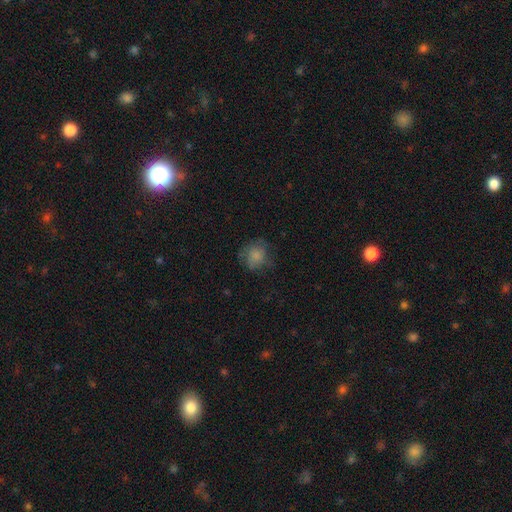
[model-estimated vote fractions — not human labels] A smooth galaxy with no disk features (76%) that is round (80%).

Vote fractions:
- Smooth or featured? smooth: 76% / featured or disk: 14% / star or artifact: 10%
- How rounded? round: 80% / in between: 19% / cigar-shaped: 1%
- Merging? none: 63% / minor disturbance: 23% / major disturbance: 13% / merger: 1%